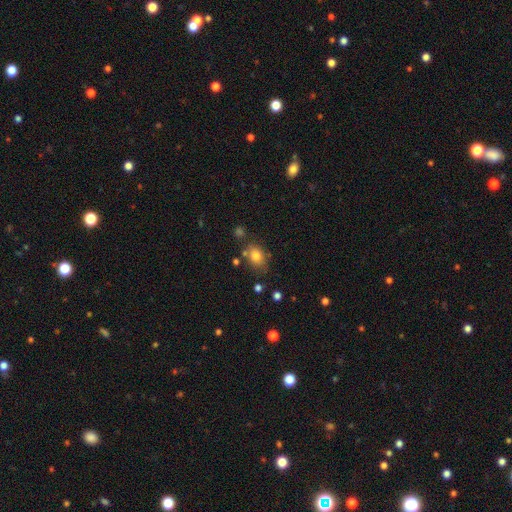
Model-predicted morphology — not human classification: type=smooth (79%); roundness=in between (67%); merging=none (69%).